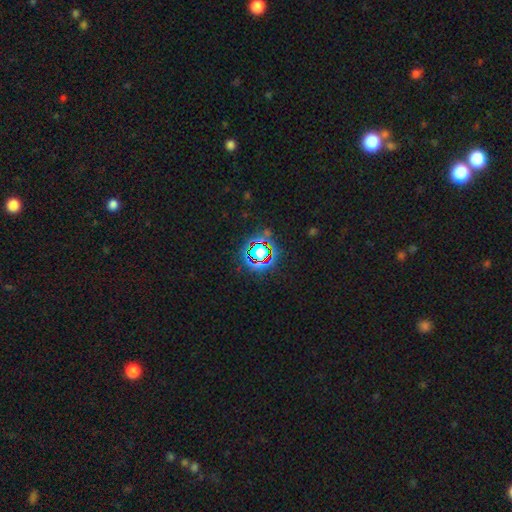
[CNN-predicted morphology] Q: Smooth or featured?
A: star or artifact (70%); runner-up: smooth (19%)